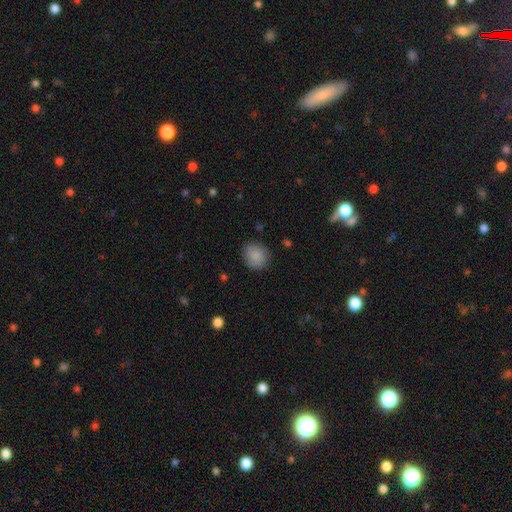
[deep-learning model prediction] A smooth galaxy with no disk features (85%) that is round (83%). Merging: none (84%).